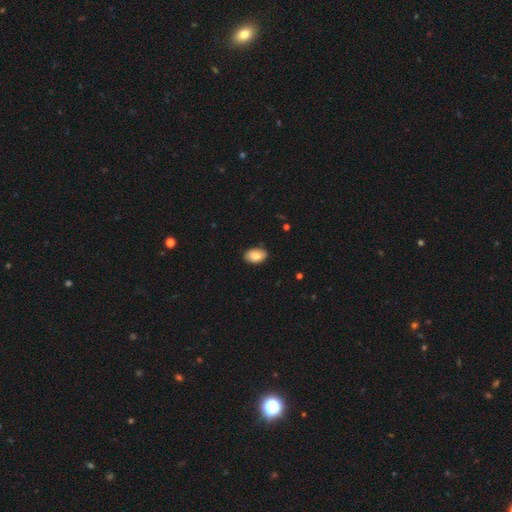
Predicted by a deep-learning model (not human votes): smooth-or-featured: smooth: 86% | featured or disk: 8% | star or artifact: 7%
  how-rounded: in between: 91% | round: 8% | cigar-shaped: 1%
  merging: none: 85% | minor disturbance: 12% | major disturbance: 2% | merger: 1%